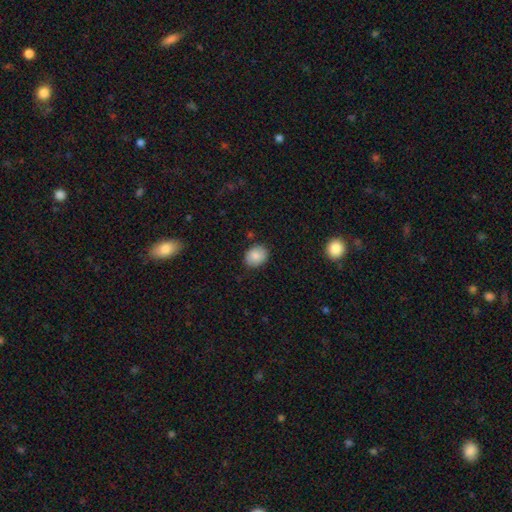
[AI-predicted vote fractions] smooth-or-featured: smooth: 85% | star or artifact: 8% | featured or disk: 7%
  how-rounded: in between: 52% | round: 47% | cigar-shaped: 1%
  merging: none: 84% | minor disturbance: 12% | major disturbance: 2% | merger: 2%